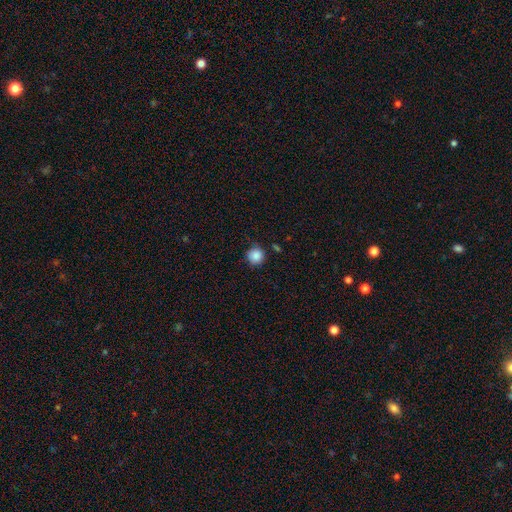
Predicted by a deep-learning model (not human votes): Smooth or featured? smooth (86%)
How rounded? round (95%)
Merging? none (80%)